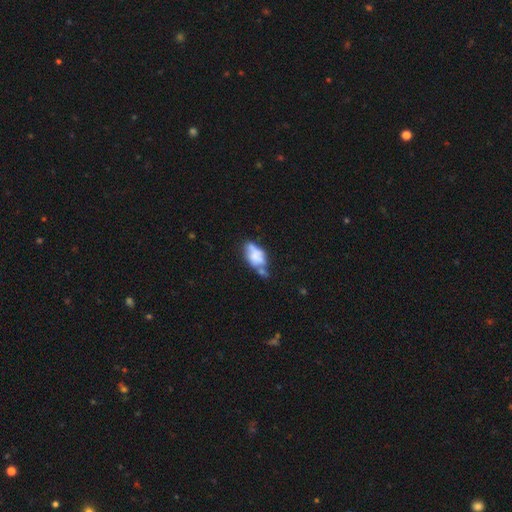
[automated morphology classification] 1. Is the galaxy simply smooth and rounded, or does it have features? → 50% smooth, 41% featured or disk, 9% star or artifact.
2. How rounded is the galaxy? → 87% in between, 7% cigar-shaped, 6% round.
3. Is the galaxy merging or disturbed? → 31% none, 27% merger, 25% minor disturbance, 17% major disturbance.